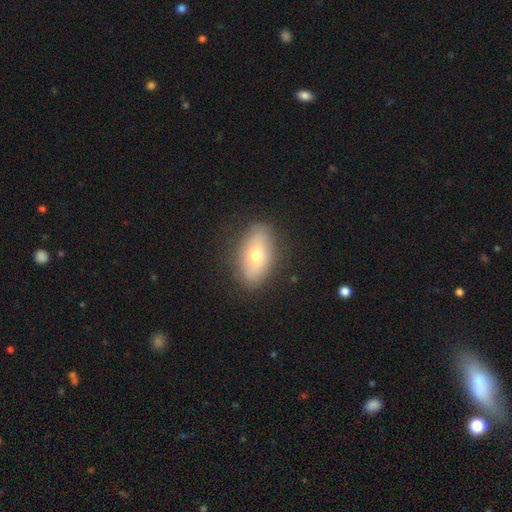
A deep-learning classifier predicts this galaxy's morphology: A smooth galaxy with no disk features (58%) that is in between round and cigar-shaped (86%). Merging: none (85%).